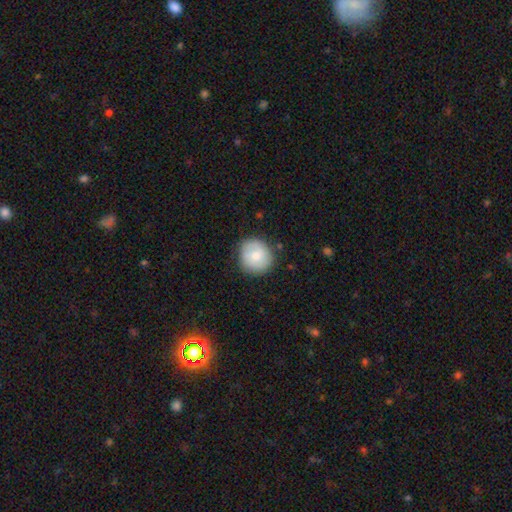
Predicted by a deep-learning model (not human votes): Smooth or featured: smooth — 74% (featured or disk — 20%)
How rounded: round — 90% (in between — 9%)
Merging: none — 82% (minor disturbance — 13%)